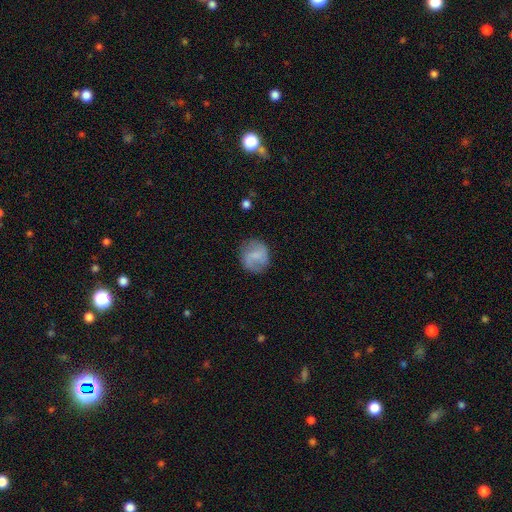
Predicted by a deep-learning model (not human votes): Smooth or featured: smooth — 60% (featured or disk — 32%)
How rounded: round — 80% (in between — 19%)
Merging: none — 73% (minor disturbance — 18%)